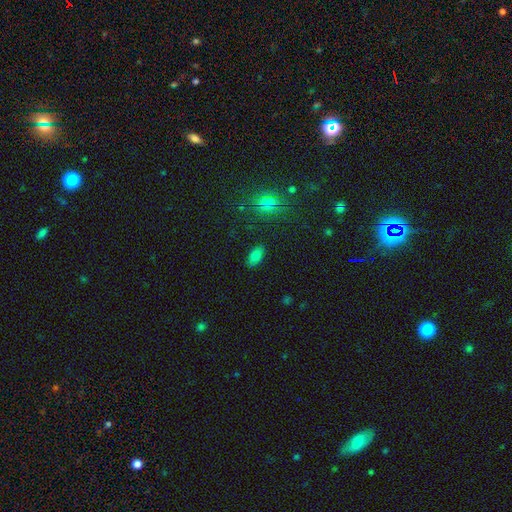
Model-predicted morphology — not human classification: This is clearly a smooth galaxy (80%). How rounded: clearly in between (91%). Merging: clearly none (86%).